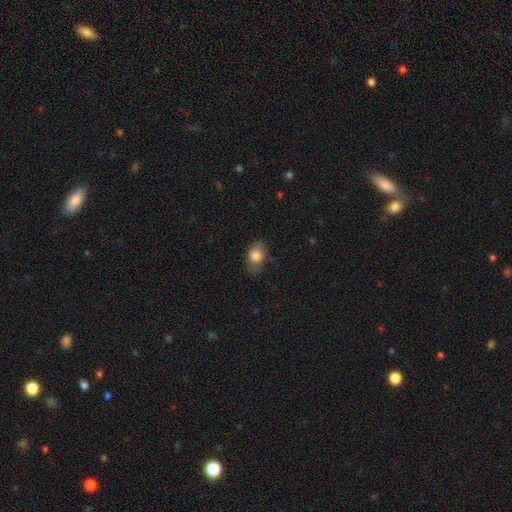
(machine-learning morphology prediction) smooth_or_featured: smooth (p=0.74) [alt: featured or disk p=0.18]
how_rounded: in between (p=0.81) [alt: round p=0.16]
merging: none (p=0.72) [alt: minor disturbance p=0.19]